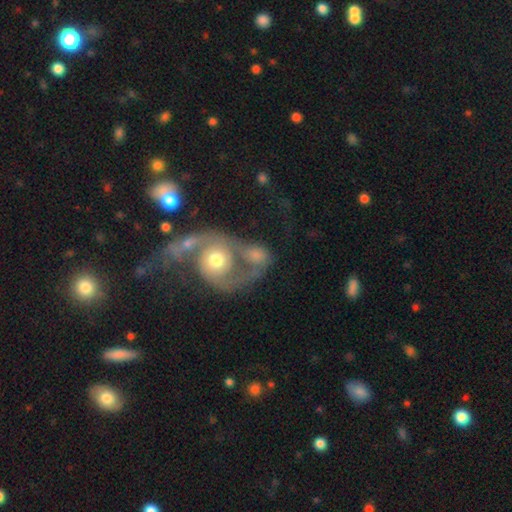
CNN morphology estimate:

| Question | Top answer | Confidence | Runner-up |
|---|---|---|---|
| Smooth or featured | featured or disk | 59% | smooth (33%) |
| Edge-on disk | no | 97% | yes (3%) |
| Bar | no | 75% | weak (20%) |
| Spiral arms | yes | 77% | no (23%) |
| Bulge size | moderate | 63% | small (17%) |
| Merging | merger | 59% | none (17%) |